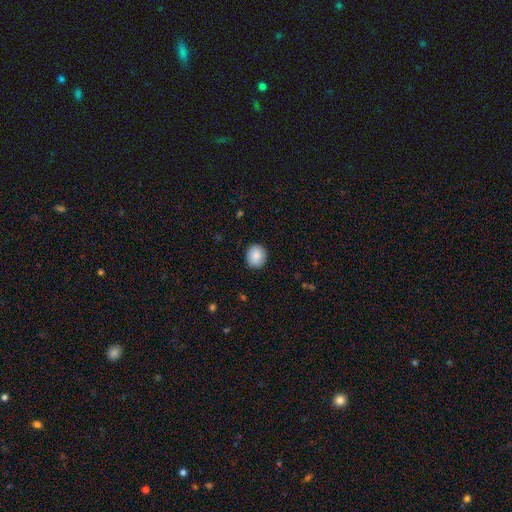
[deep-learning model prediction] smooth-or-featured: smooth: 87% | star or artifact: 7% | featured or disk: 5%
  how-rounded: round: 81% | in between: 18% | cigar-shaped: 1%
  merging: none: 89% | minor disturbance: 8% | major disturbance: 2% | merger: 1%